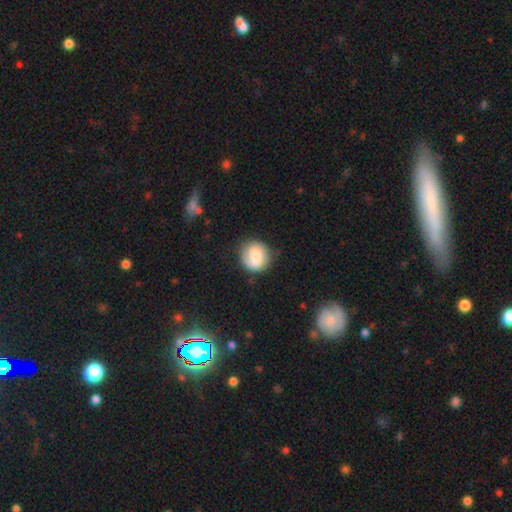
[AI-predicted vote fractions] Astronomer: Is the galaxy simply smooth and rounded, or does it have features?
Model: smooth — 52% (runner-up: featured or disk, 41%).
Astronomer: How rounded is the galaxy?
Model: round — 87%.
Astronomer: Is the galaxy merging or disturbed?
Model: none — 77%.